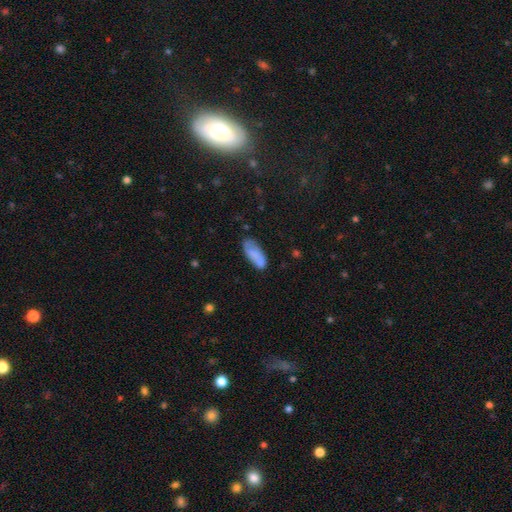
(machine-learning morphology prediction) smooth 72%, featured or disk 21%, star or artifact 7%. Down the decision tree: how rounded — in between (79%); merging — none (67%).